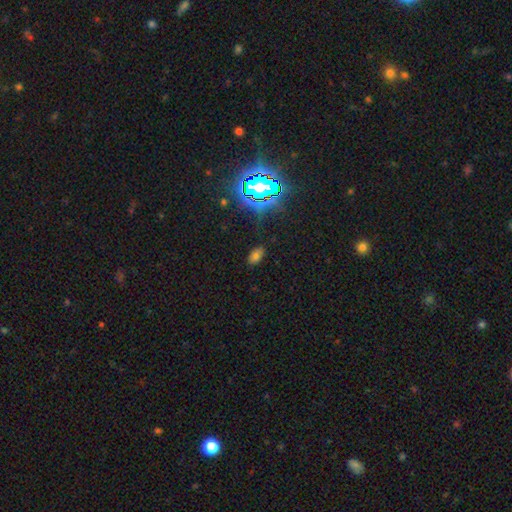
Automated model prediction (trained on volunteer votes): This appears to be a smooth galaxy with no disk features (59%) that is in between round and cigar-shaped (90%). Merging: none (82%).